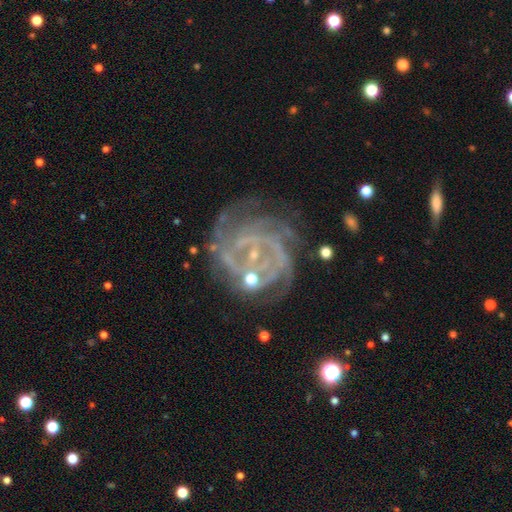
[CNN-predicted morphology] Smooth or featured: featured or disk — 82% (star or artifact — 12%)
Edge-on disk: no — 98% (yes — 2%)
Bar: no — 60% (weak — 30%)
Spiral arms: yes — 92% (no — 8%)
Spiral winding: tight — 64% (medium — 28%)
Spiral arm count: can't tell — 29% (3 — 20%)
Bulge size: small — 72% (none — 18%)
Merging: none — 62% (minor disturbance — 18%)